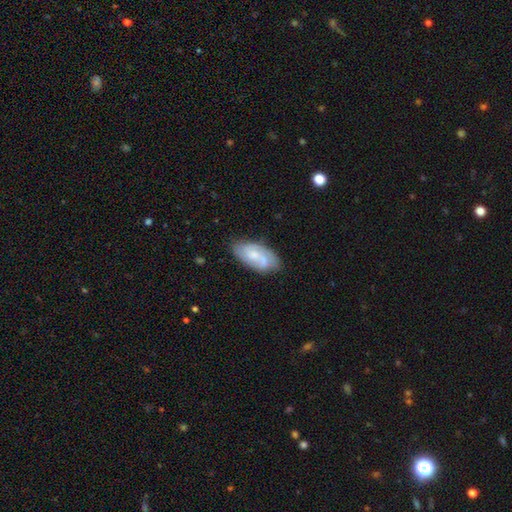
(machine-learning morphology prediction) This is possibly a featured or disk galaxy (55%). It is clearly not viewed edge-on (93%). Bar: likely no (63%). Spiral arm pattern: clearly yes (81%). Central bulge: possibly small (51%). Merging: likely none (68%).